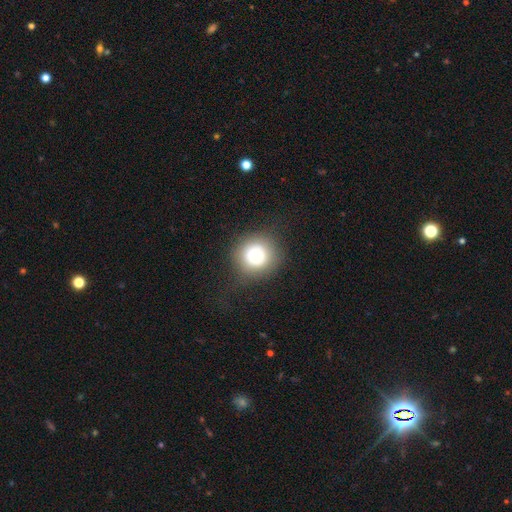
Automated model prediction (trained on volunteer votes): smooth_or_featured: smooth (p=0.75) [alt: featured or disk p=0.14]
how_rounded: round (p=0.93) [alt: in between p=0.06]
merging: none (p=0.80) [alt: minor disturbance p=0.12]